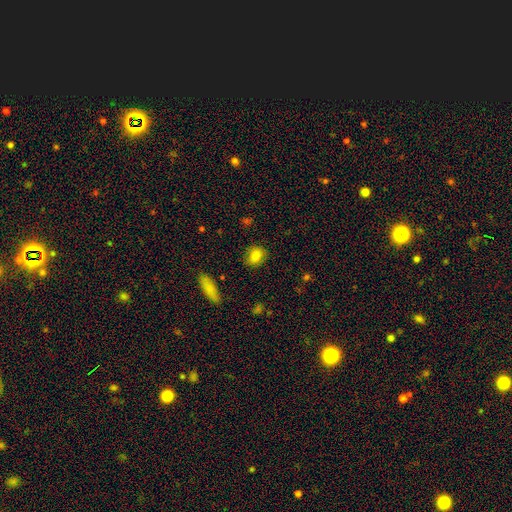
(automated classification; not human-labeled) Smooth or featured? smooth (84%)
How rounded? round (64%)
Merging? none (86%)